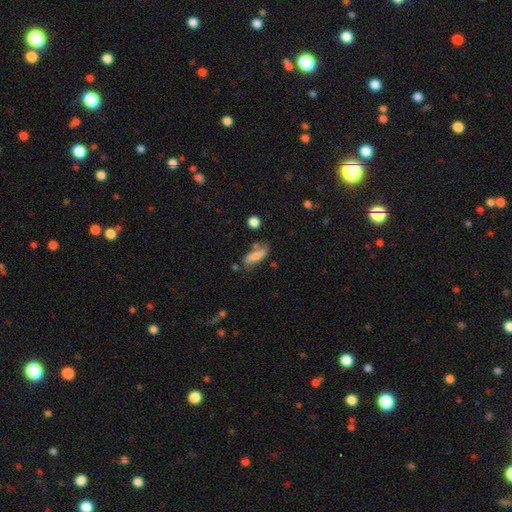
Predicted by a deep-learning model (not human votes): smooth_or_featured: smooth (p=0.68) [alt: featured or disk p=0.24]
how_rounded: in between (p=0.59) [alt: cigar-shaped p=0.38]
merging: none (p=0.52) [alt: minor disturbance p=0.26]